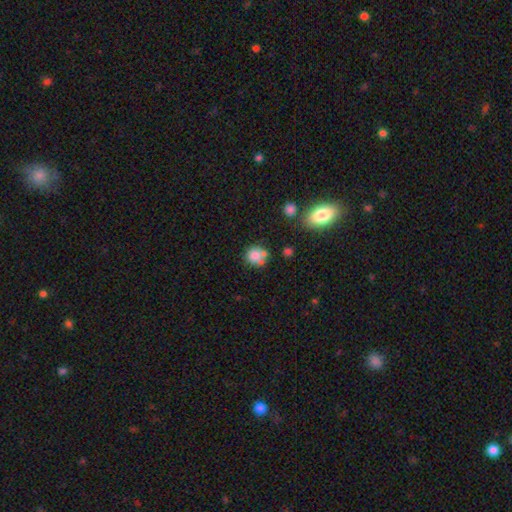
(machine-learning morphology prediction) type=smooth (77%); roundness=round (80%); merging=none (52%).